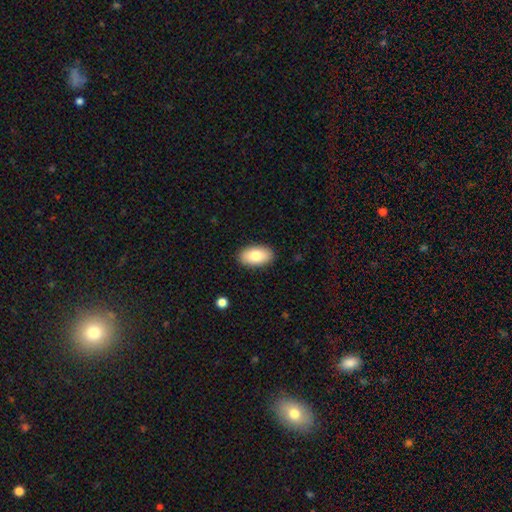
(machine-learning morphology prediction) smooth 81%, featured or disk 13%, star or artifact 7%. Down the decision tree: how rounded — in between (94%); merging — none (89%).